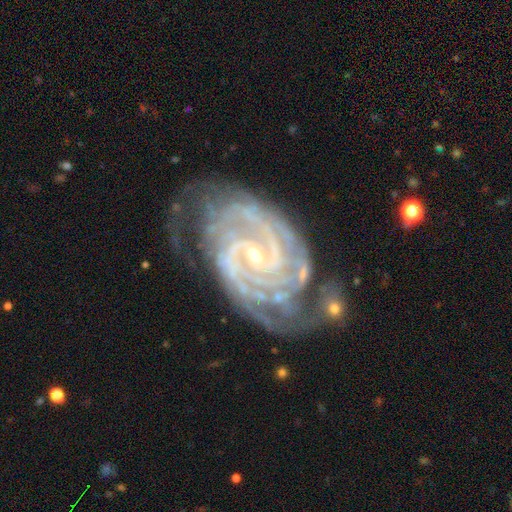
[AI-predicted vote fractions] This appears to be a featured or disk galaxy (93%) with a weak bar (45%), 2 (32%) tight (76%) spiral arms (99%) and a small central bulge (76%). Merging: none (56%).